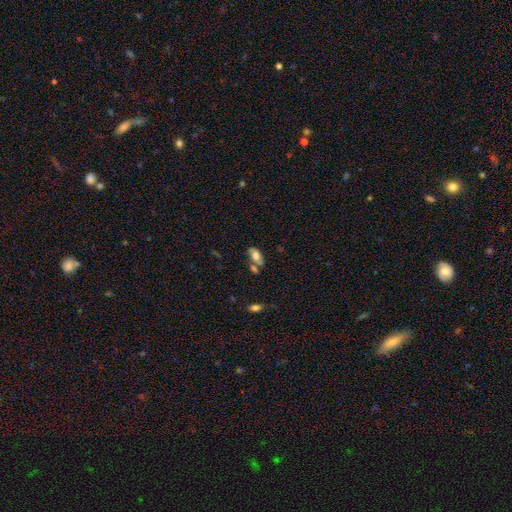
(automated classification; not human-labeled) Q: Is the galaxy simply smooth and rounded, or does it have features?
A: smooth — 71%.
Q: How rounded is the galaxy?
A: in between — 89%.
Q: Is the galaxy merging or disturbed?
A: none — 51%.